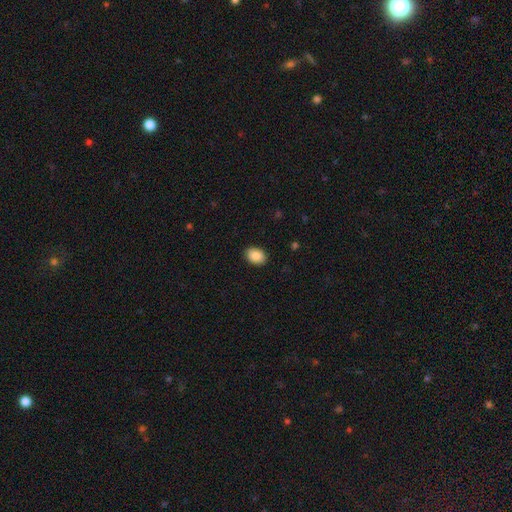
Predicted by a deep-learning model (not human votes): The model was most divided on "how rounded": in between: 79%, round: 20%, cigar-shaped: 1%. More confident: merging — none (90%); smooth or featured — smooth (88%).